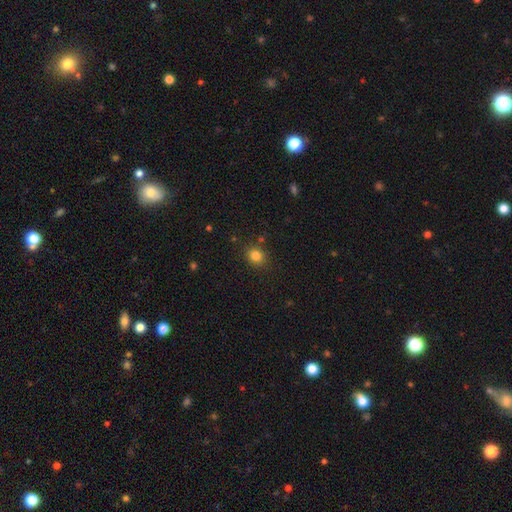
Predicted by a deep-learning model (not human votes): Smooth or featured? Predicted: smooth (p=0.82). How rounded? Predicted: round (p=0.69). Merging? Predicted: none (p=0.84).